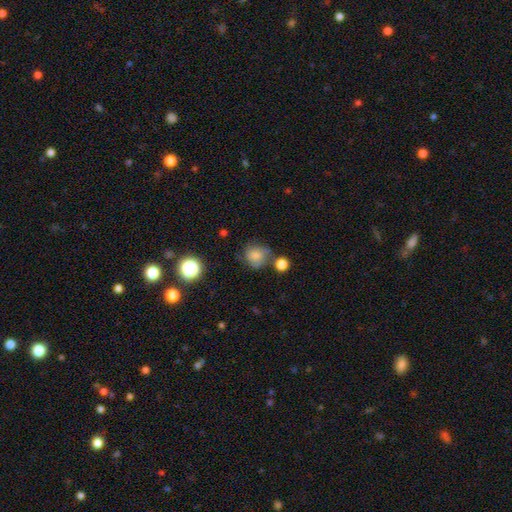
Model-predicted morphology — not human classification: smooth 73%, featured or disk 14%, star or artifact 13%. Down the decision tree: how rounded — round (78%); merging — none (56%).